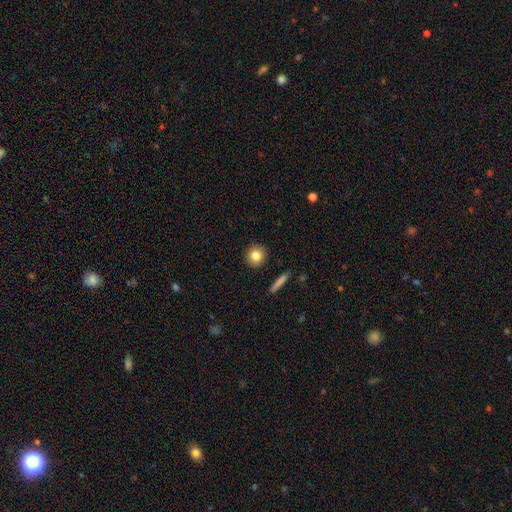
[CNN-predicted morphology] A smooth galaxy with no disk features (81%) that is round (91%). Merging: none (92%).